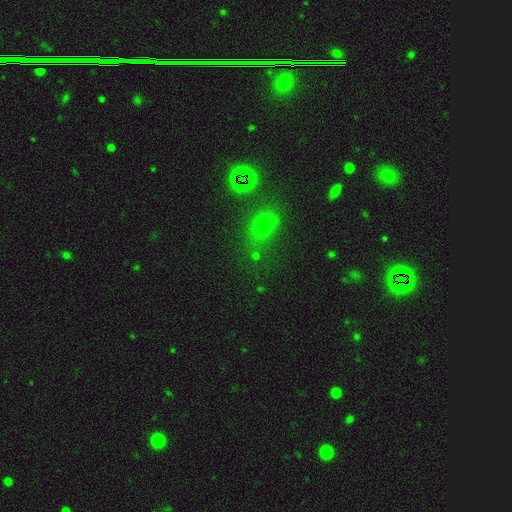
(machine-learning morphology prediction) Overall: smooth (53%; star or artifact 38%). How rounded: round (66%; in between 31%). Merging: none (69%).